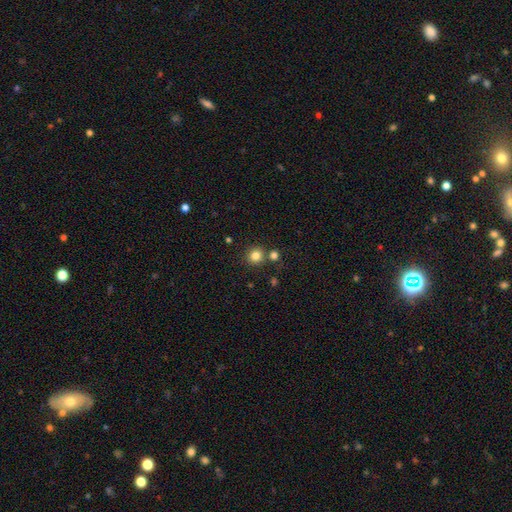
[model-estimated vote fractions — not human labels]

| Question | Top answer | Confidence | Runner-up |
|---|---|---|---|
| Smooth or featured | smooth | 82% | star or artifact (13%) |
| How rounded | round | 91% | in between (8%) |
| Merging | none | 78% | merger (12%) |